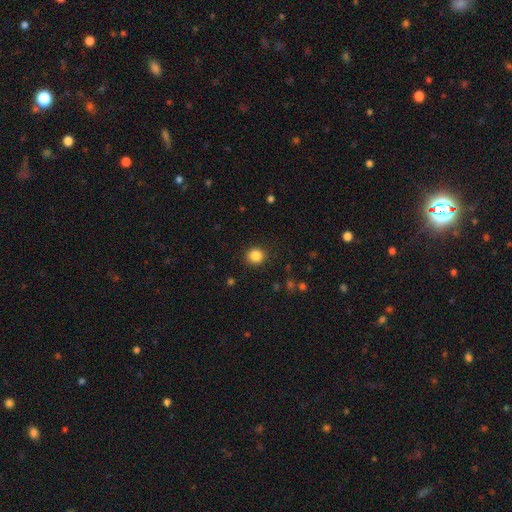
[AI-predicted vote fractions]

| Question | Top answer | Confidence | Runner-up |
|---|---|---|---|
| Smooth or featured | smooth | 86% | star or artifact (10%) |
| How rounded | round | 86% | in between (14%) |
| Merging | none | 90% | minor disturbance (7%) |